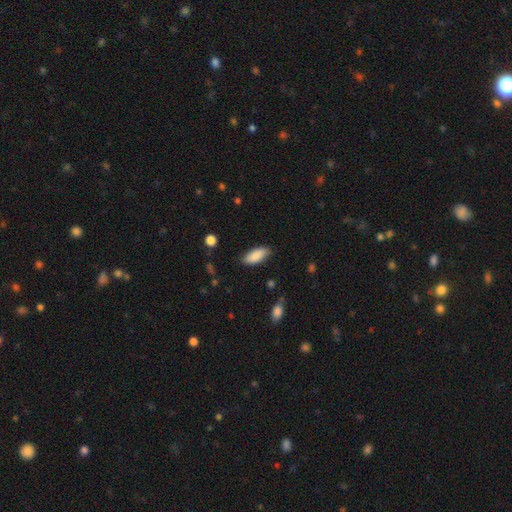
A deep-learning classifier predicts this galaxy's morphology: type=smooth (88%); roundness=in between (83%); merging=none (83%).